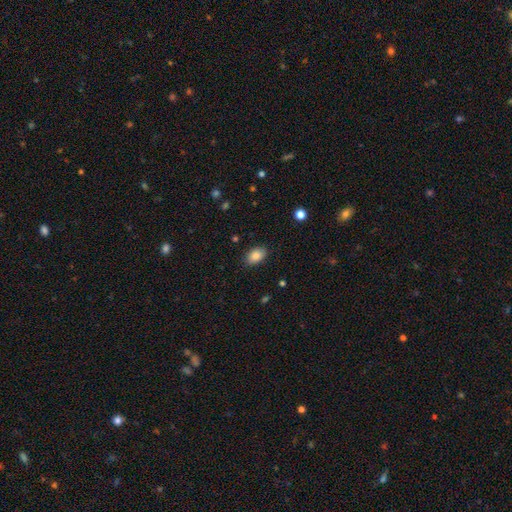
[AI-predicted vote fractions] Morphology: type=smooth (86%); roundness=in between (87%); merging=none (85%).